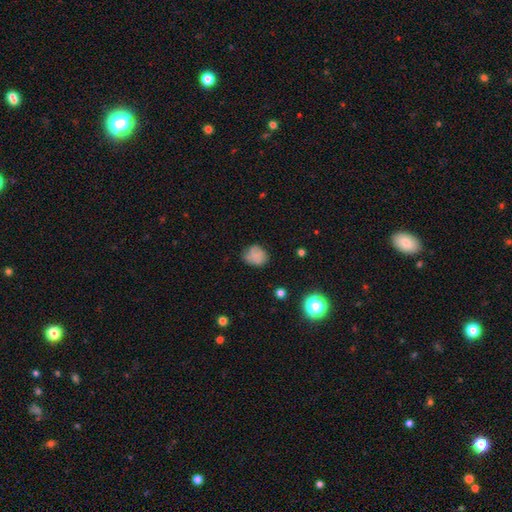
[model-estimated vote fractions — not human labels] Smooth or featured?
  - smooth: 76% *
  - featured or disk: 12%
  - star or artifact: 12%
How rounded?
  - round: 63% *
  - in between: 36%
  - cigar-shaped: 1%
Merging?
  - none: 67% *
  - minor disturbance: 25%
  - major disturbance: 7%
  - merger: 2%